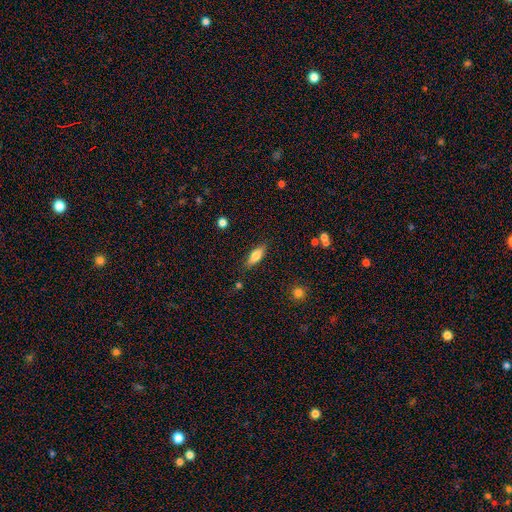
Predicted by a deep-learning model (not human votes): Smooth or featured? Predicted: smooth (p=0.74). How rounded? Predicted: in between (p=0.66). Merging? Predicted: none (p=0.83).